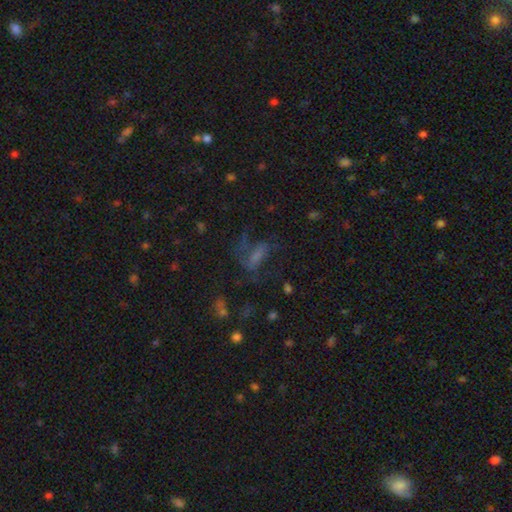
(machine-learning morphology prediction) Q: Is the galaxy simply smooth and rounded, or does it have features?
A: smooth — 43%.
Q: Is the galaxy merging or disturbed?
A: none — 39%, tied with major disturbance.